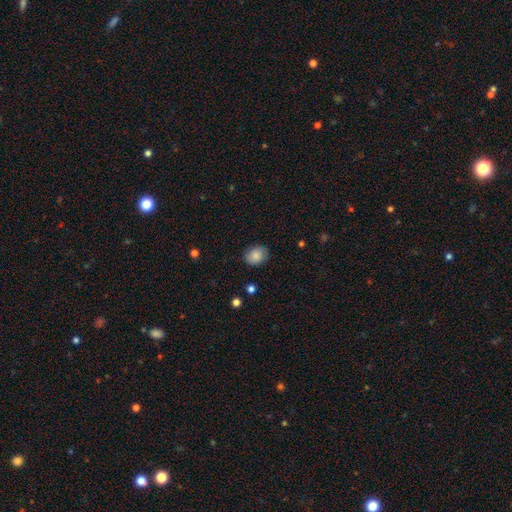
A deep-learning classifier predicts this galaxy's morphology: Q: Smooth or featured?
A: smooth (83%); runner-up: featured or disk (9%)
Q: How rounded?
A: in between (50%); runner-up: round (49%)
Q: Merging?
A: none (83%); runner-up: minor disturbance (13%)